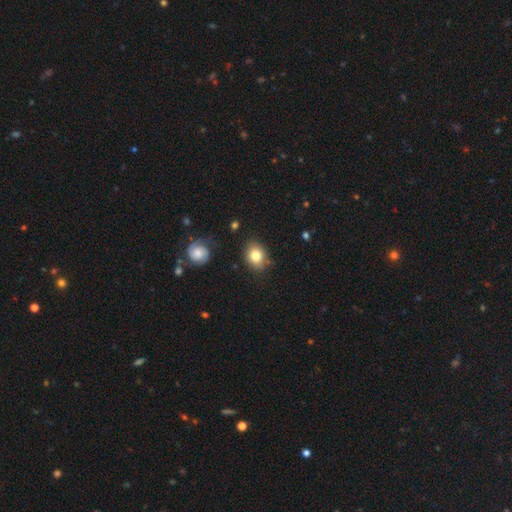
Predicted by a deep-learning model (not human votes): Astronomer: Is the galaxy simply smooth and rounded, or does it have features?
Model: smooth — 81%.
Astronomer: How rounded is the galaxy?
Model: round — 51% (runner-up: in between, 48%).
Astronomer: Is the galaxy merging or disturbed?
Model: none — 79%.